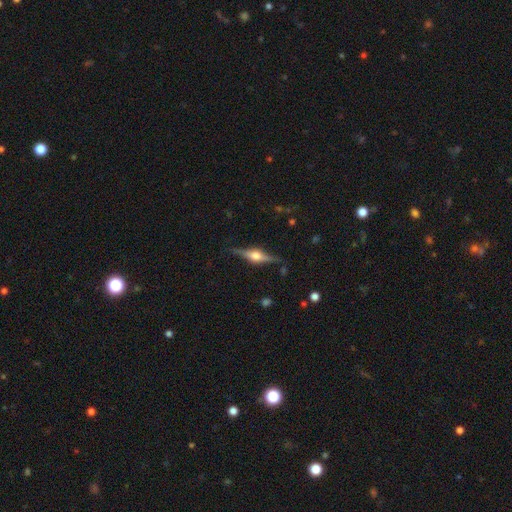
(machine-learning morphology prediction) Smooth or featured? featured or disk (80%)
Edge-on disk? yes (98%)
Edge-on bulge? rounded (91%)
Merging? none (87%)